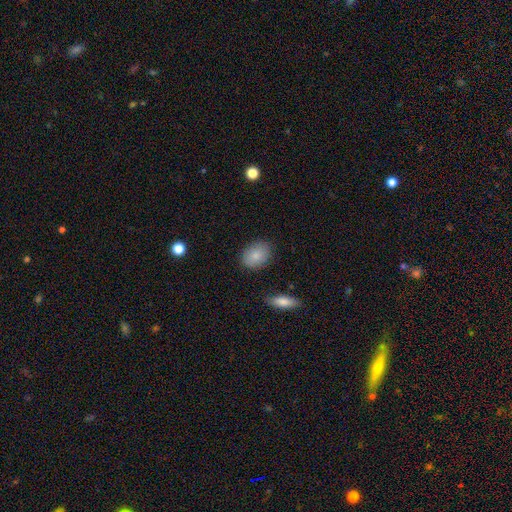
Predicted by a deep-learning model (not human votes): A smooth galaxy with no disk features (84%) that is in between round and cigar-shaped (67%).

Vote fractions:
- Smooth or featured? smooth: 84% / featured or disk: 9% / star or artifact: 7%
- How rounded? in between: 67% / round: 31% / cigar-shaped: 1%
- Merging? none: 84% / minor disturbance: 11% / major disturbance: 3% / merger: 2%